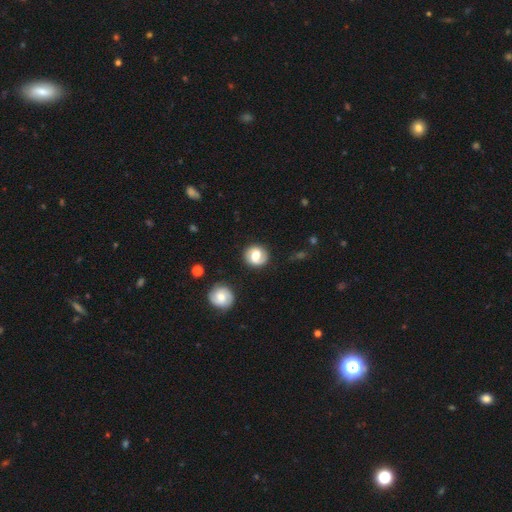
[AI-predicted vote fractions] Smooth or featured? Predicted: featured or disk (p=0.54). Edge-on disk? Predicted: no (p=0.96). Bar? Predicted: weak (p=0.50). Spiral arms? Predicted: yes (p=0.80). Bulge size? Predicted: moderate (p=0.54). Merging? Predicted: none (p=0.82).